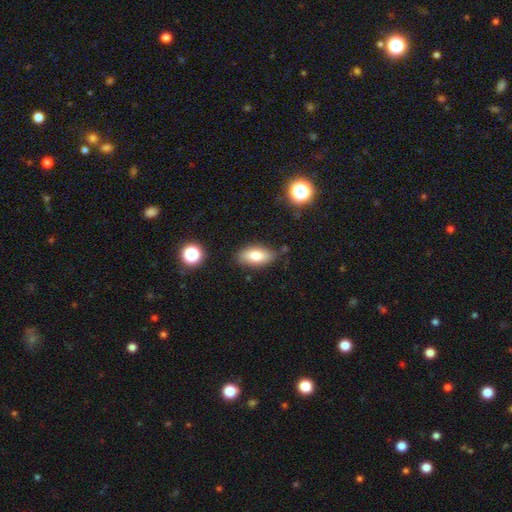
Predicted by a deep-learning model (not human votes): Smooth or featured? Predicted: smooth (p=0.78). How rounded? Predicted: in between (p=0.87). Merging? Predicted: none (p=0.81).